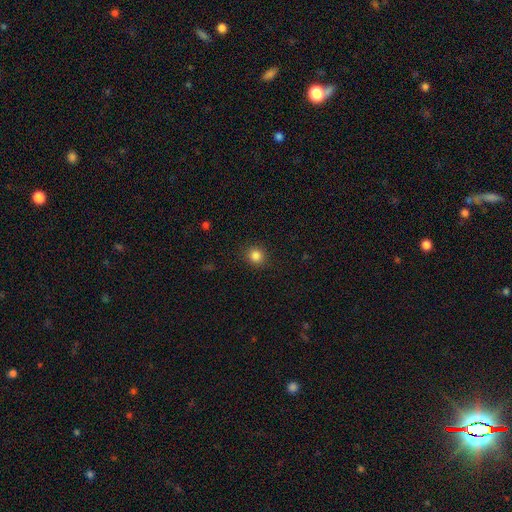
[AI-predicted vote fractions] Smooth or featured: smooth — 84% (star or artifact — 11%)
How rounded: round — 86% (in between — 13%)
Merging: none — 90% (minor disturbance — 7%)